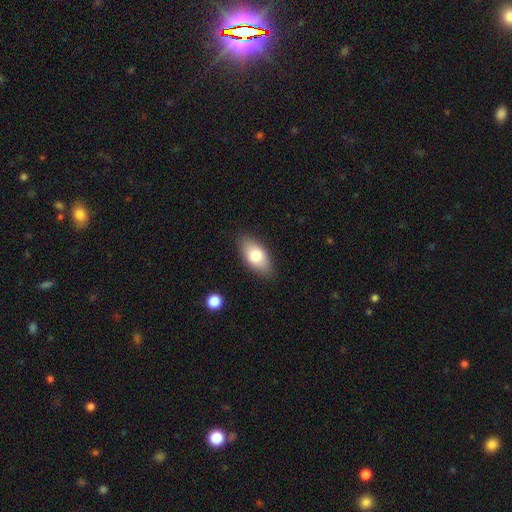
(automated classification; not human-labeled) A smooth galaxy with no disk features (77%) that is in between round and cigar-shaped (91%). Merging: none (86%).